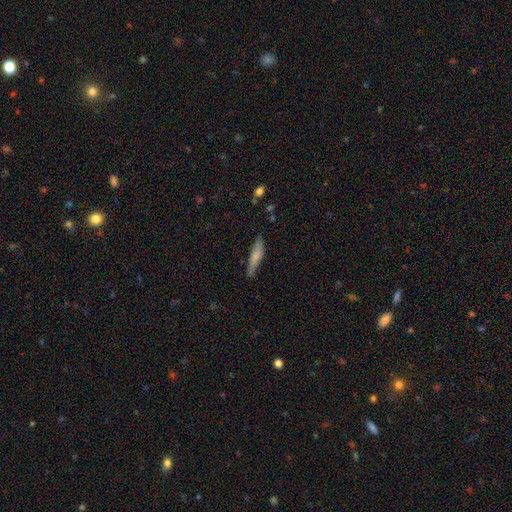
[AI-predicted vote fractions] Smooth or featured? smooth (68%)
How rounded? cigar-shaped (84%)
Merging? none (78%)